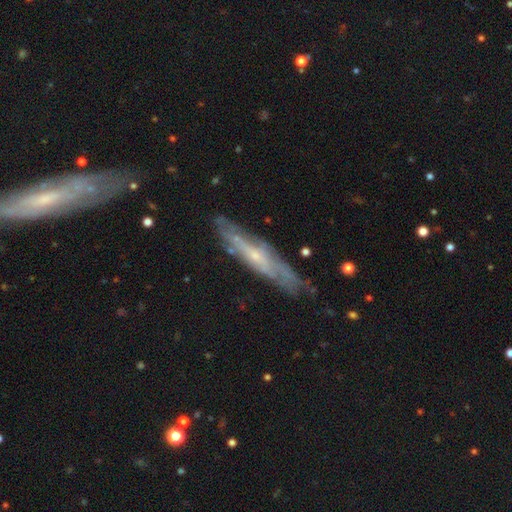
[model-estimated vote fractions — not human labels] smooth-or-featured: featured or disk: 69% | smooth: 25% | star or artifact: 7%
  disk-edge-on: yes: 60% | no: 40%
  merging: none: 74% | minor disturbance: 19% | major disturbance: 5% | merger: 2%